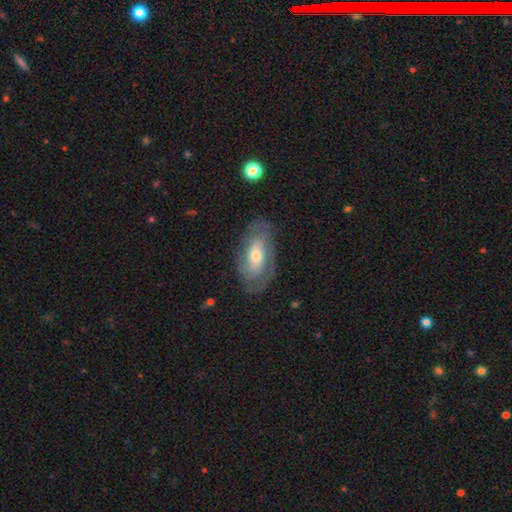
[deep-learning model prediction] Morphology: type=featured or disk (74%); edge-on=no (94%); bar=no (52%); spiral arms=yes (88%); winding=tight (53%); arm count=2 (54%); bulge=moderate (53%); merging=none (75%).